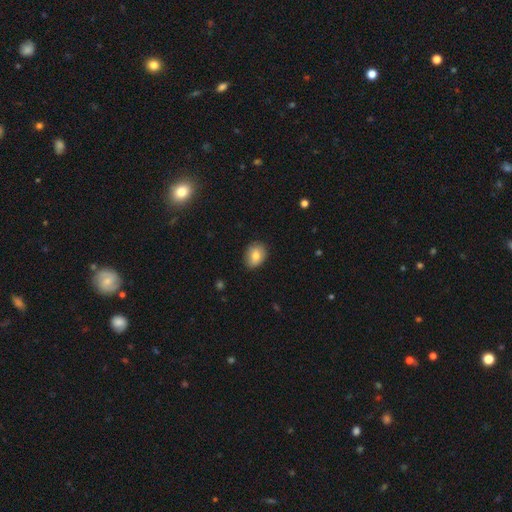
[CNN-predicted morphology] The model was most divided on "how rounded": in between: 63%, round: 36%, cigar-shaped: 1%. More confident: merging — none (83%); smooth or featured — smooth (79%).